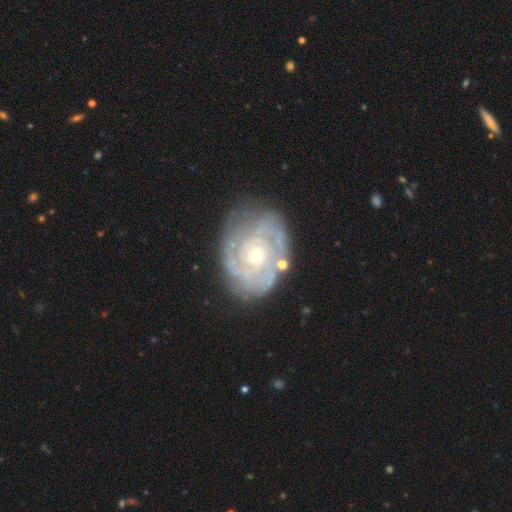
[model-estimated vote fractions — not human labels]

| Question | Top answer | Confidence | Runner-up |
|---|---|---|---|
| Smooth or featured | featured or disk | 87% | smooth (8%) |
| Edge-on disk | no | 97% | yes (3%) |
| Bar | no | 79% | weak (17%) |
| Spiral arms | yes | 95% | no (5%) |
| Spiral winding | tight | 75% | medium (21%) |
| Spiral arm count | can't tell | 31% | 2 (26%) |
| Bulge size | small | 65% | moderate (31%) |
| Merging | none | 70% | minor disturbance (20%) |